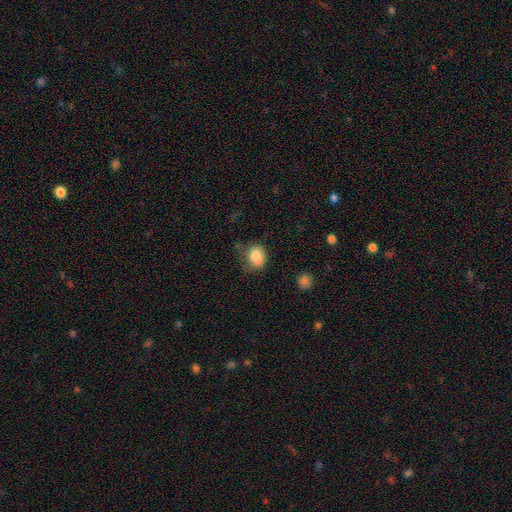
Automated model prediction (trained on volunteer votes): smooth-or-featured: smooth: 82% | star or artifact: 10% | featured or disk: 9%
  how-rounded: round: 60% | in between: 39% | cigar-shaped: 1%
  merging: none: 58% | minor disturbance: 28% | major disturbance: 8% | merger: 5%